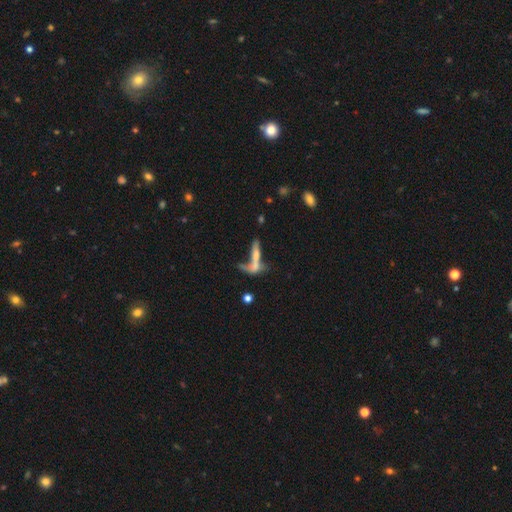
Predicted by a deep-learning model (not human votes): Smooth or featured?
  - smooth: 45% *
  - featured or disk: 42%
  - star or artifact: 13%
Merging?
  - merger: 45% *
  - none: 29%
  - major disturbance: 15%
  - minor disturbance: 11%